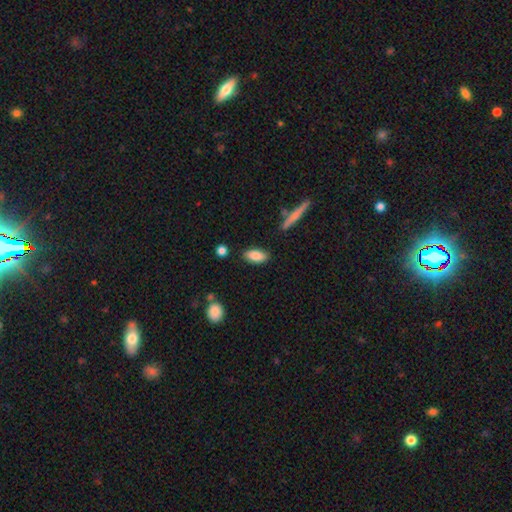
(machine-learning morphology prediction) This appears to be a smooth galaxy with no disk features (85%) that is in between round and cigar-shaped (84%). Merging: none (85%).